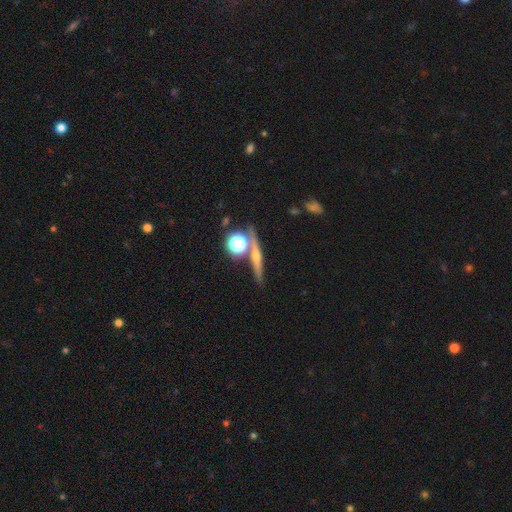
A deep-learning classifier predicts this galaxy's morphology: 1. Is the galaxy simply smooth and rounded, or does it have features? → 54% featured or disk, 27% smooth, 19% star or artifact.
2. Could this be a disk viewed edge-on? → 93% yes, 7% no.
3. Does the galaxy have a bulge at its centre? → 70% rounded, 22% none, 8% boxy.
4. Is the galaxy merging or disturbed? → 79% none, 10% merger, 8% minor disturbance, 3% major disturbance.